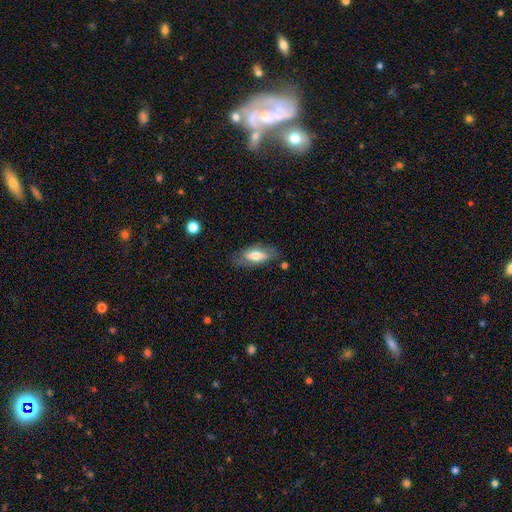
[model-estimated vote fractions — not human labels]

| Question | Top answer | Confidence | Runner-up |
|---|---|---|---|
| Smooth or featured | smooth | 61% | featured or disk (32%) |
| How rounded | in between | 77% | cigar-shaped (20%) |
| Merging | none | 74% | minor disturbance (18%) |